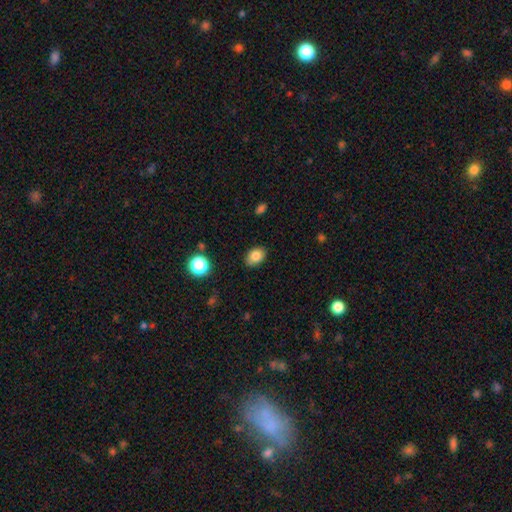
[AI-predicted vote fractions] smooth-or-featured: smooth: 83% | star or artifact: 10% | featured or disk: 7%
  how-rounded: in between: 72% | round: 27% | cigar-shaped: 1%
  merging: none: 84% | minor disturbance: 12% | major disturbance: 3% | merger: 1%